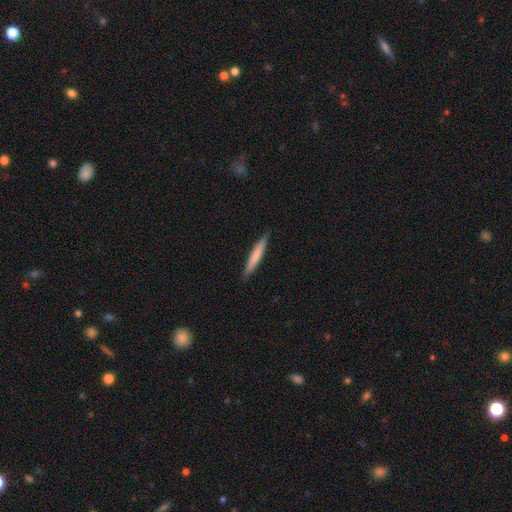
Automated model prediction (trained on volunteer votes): A smooth galaxy with no disk features (72%) that is cigar-shaped (95%). Merging: none (90%).